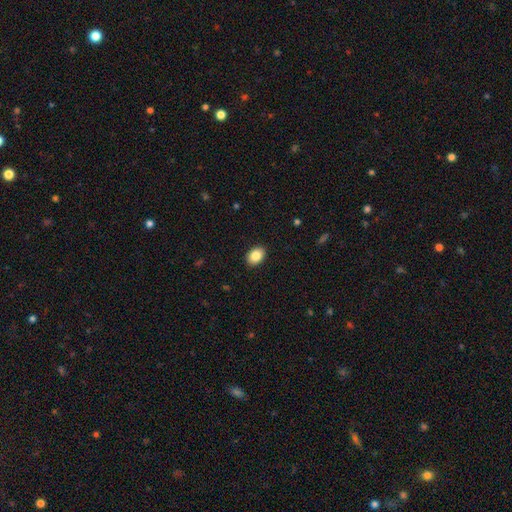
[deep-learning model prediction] This is clearly a smooth galaxy (86%). How rounded: likely in between (77%). Merging: clearly none (90%).